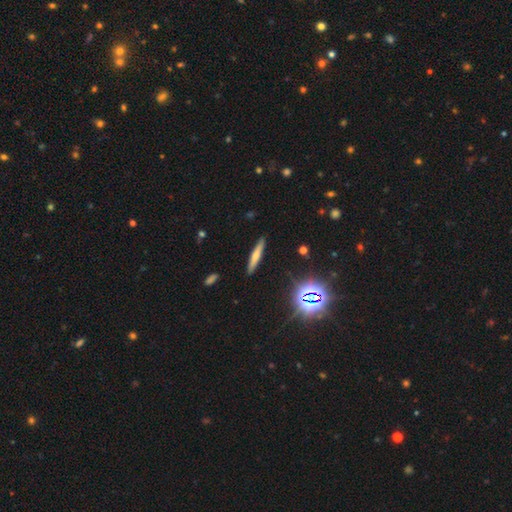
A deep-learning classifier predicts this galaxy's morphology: This appears to be a smooth galaxy with no disk features (56%) that is cigar-shaped (91%). Merging: none (89%).